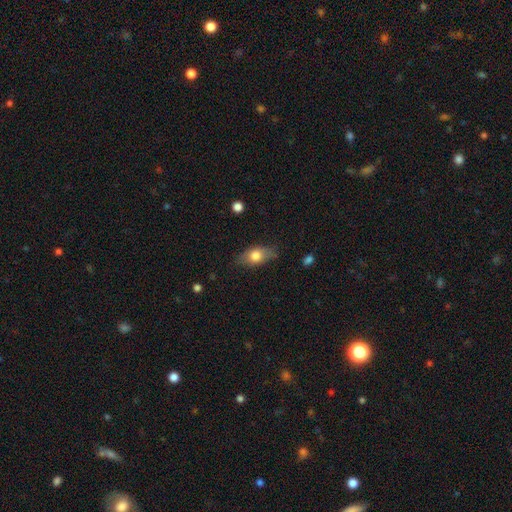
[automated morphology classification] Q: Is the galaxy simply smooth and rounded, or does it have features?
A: smooth — 69%.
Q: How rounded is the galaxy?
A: in between — 80%.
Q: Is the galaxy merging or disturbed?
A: none — 73%.